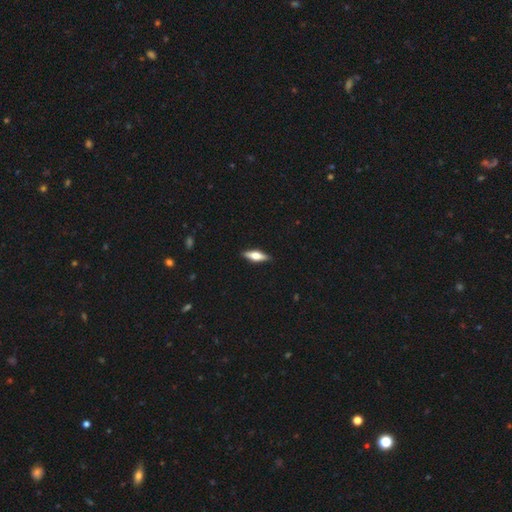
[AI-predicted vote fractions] Smooth or featured? Predicted: featured or disk (p=0.48). Merging? Predicted: none (p=0.89).